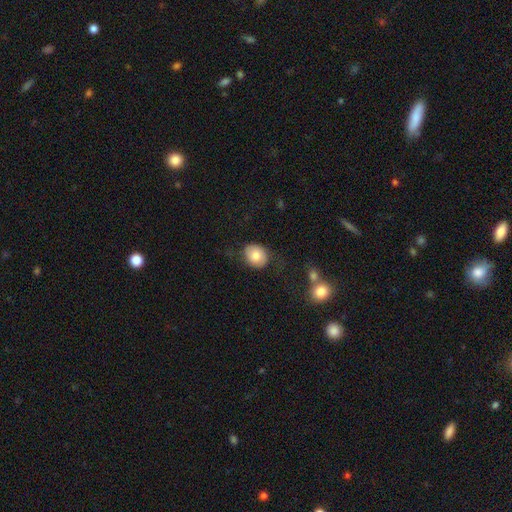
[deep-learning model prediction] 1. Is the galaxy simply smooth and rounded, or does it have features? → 78% smooth, 15% featured or disk, 8% star or artifact.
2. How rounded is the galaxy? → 55% round, 44% in between, 1% cigar-shaped.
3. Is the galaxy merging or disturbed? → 70% none, 19% minor disturbance, 8% major disturbance, 3% merger.